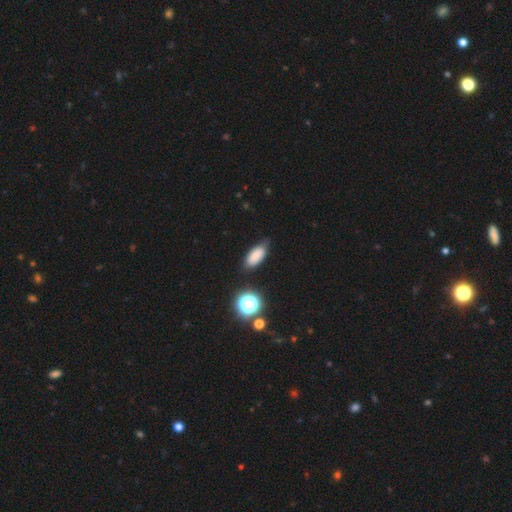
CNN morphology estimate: type=smooth (83%); roundness=in between (86%); merging=none (76%).